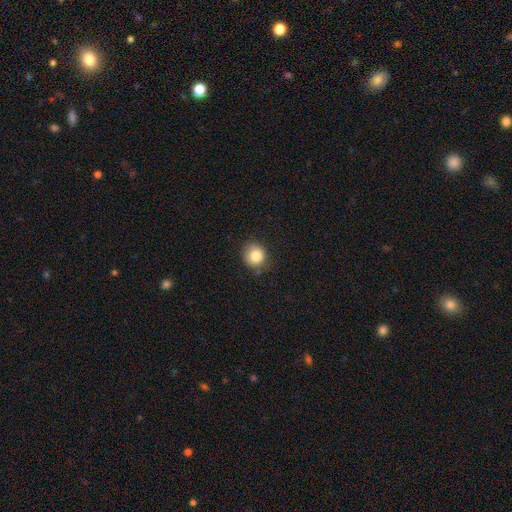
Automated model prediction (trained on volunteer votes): Smooth or featured? smooth (83%)
How rounded? round (86%)
Merging? none (76%)